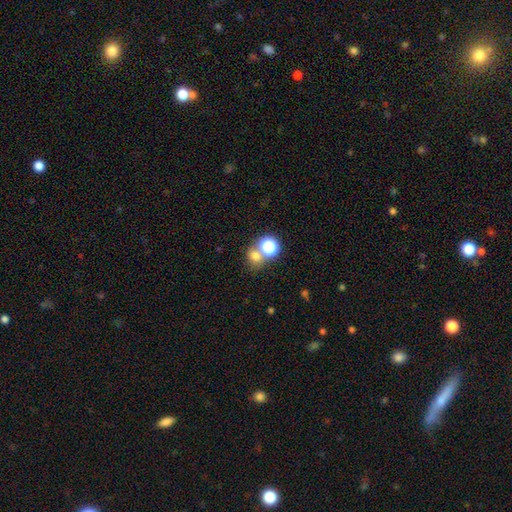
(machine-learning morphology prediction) The model was most divided on "merging": none: 54%, merger: 34%, minor disturbance: 8%, major disturbance: 4%. More confident: how rounded — round (73%); smooth or featured — smooth (69%).